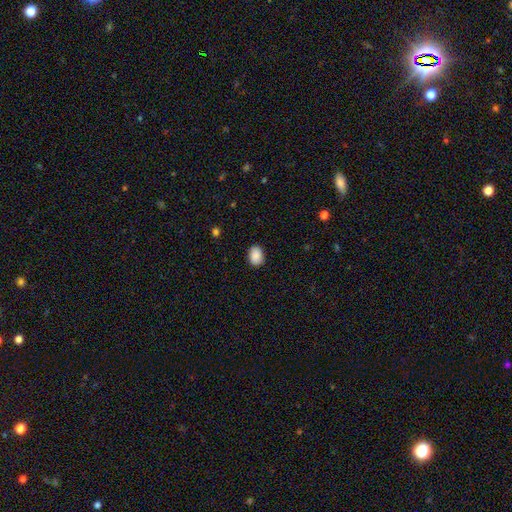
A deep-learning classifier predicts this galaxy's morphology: smooth_or_featured: smooth (p=0.89) [alt: star or artifact p=0.07]
how_rounded: in between (p=0.71) [alt: round p=0.28]
merging: none (p=0.87) [alt: minor disturbance p=0.10]